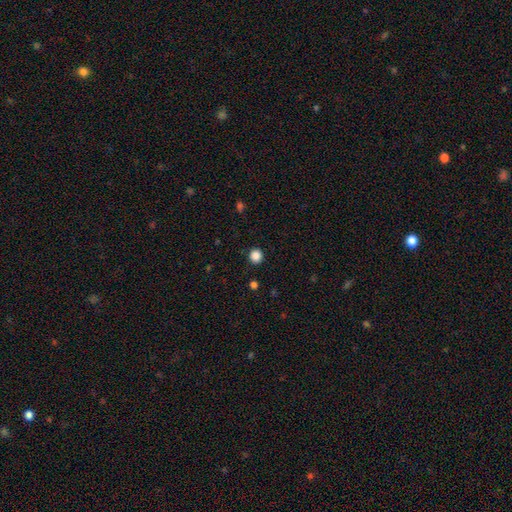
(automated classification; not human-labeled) Smooth or featured? Predicted: smooth (p=0.86). How rounded? Predicted: round (p=0.91). Merging? Predicted: none (p=0.91).